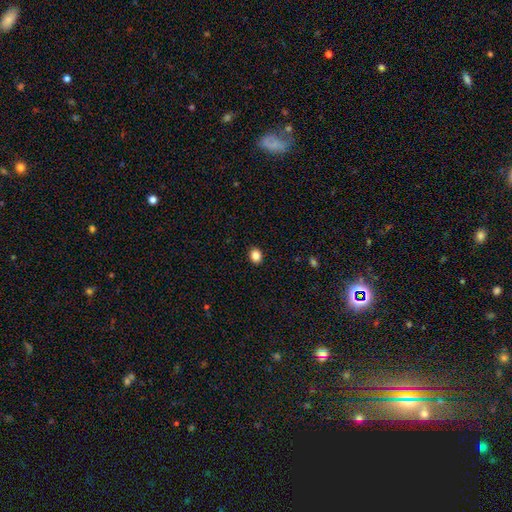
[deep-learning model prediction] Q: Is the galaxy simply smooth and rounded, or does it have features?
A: smooth — 86%.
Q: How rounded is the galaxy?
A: round — 61%.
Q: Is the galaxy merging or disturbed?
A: none — 92%.